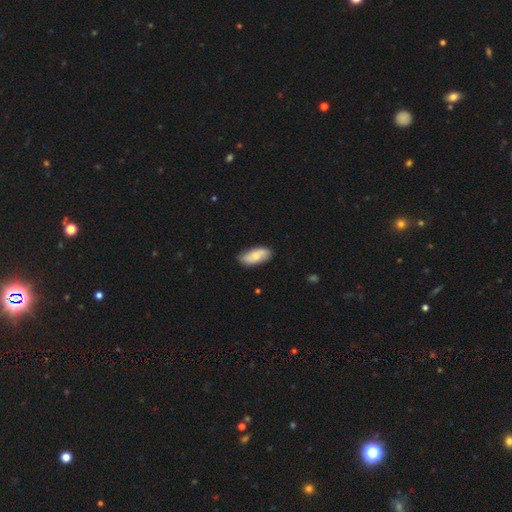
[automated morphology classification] The model was most divided on "smooth or featured": smooth: 70%, featured or disk: 24%, star or artifact: 6%. More confident: how rounded — in between (86%); merging — none (79%).